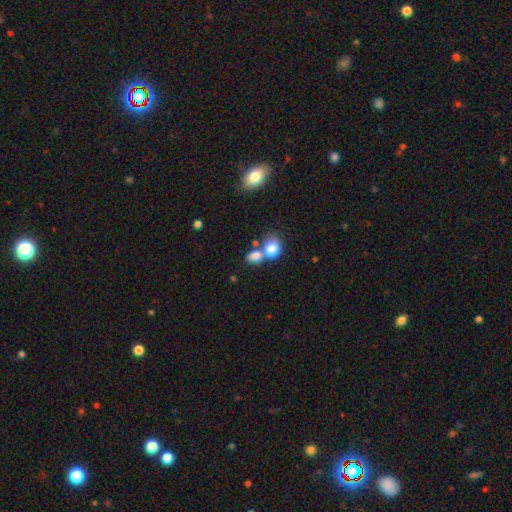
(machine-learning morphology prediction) This is likely a smooth galaxy (79%). How rounded: possibly in between (54%). Merging: possibly merger (54%).